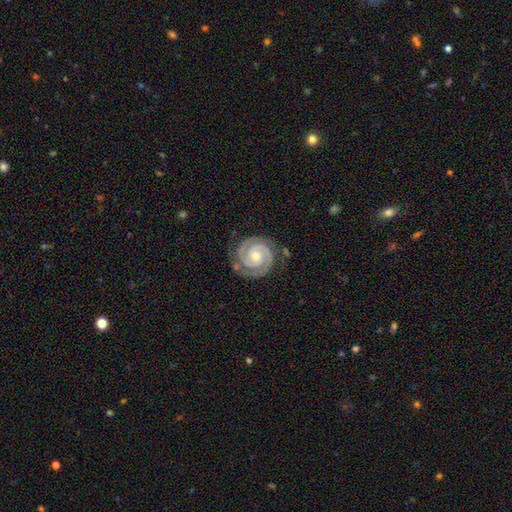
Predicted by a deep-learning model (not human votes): Smooth or featured? featured or disk (92%)
Edge-on disk? no (98%)
Bar? no (69%)
Spiral arms? yes (99%)
Spiral winding? tight (80%)
Spiral arm count? 2 (88%)
Bulge size? small (52%)
Merging? none (82%)